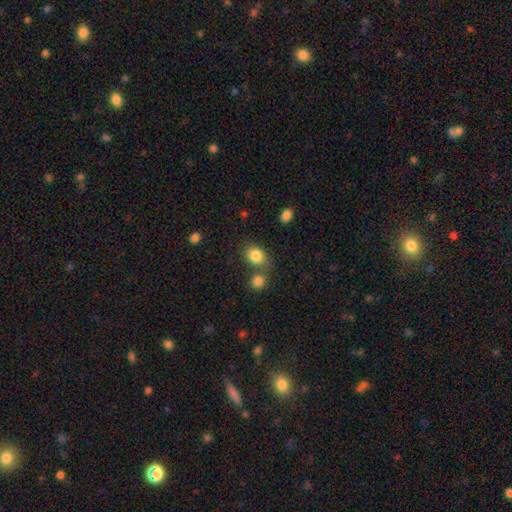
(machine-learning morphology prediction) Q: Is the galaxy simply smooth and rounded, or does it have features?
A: smooth — 84%.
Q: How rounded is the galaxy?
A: in between — 54%.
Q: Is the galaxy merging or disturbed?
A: none — 61%.